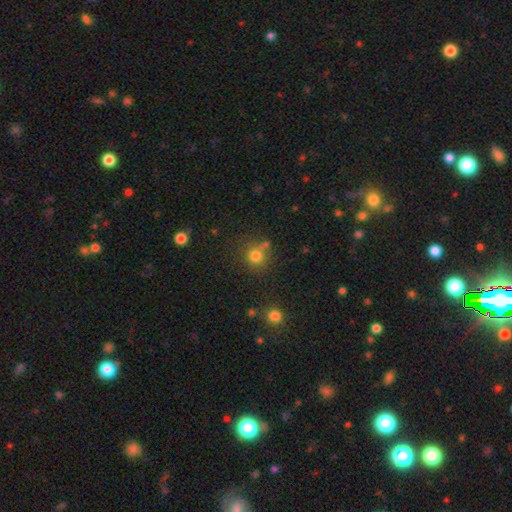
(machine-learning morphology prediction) This appears to be a smooth galaxy with no disk features (76%) that is round (89%). Merging: none (67%).